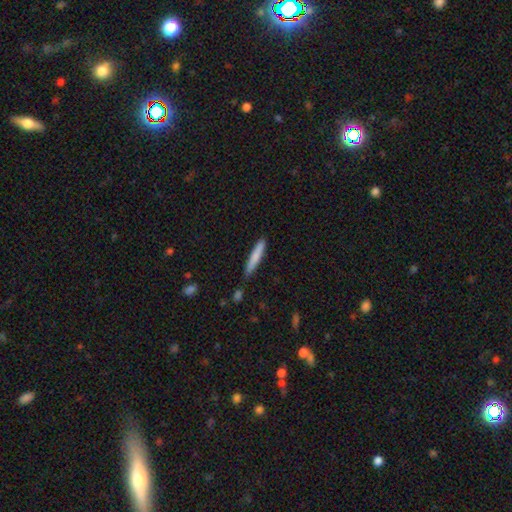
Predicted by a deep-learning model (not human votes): smooth 78%, featured or disk 17%, star or artifact 6%. Down the decision tree: how rounded — cigar-shaped (93%); merging — none (78%).